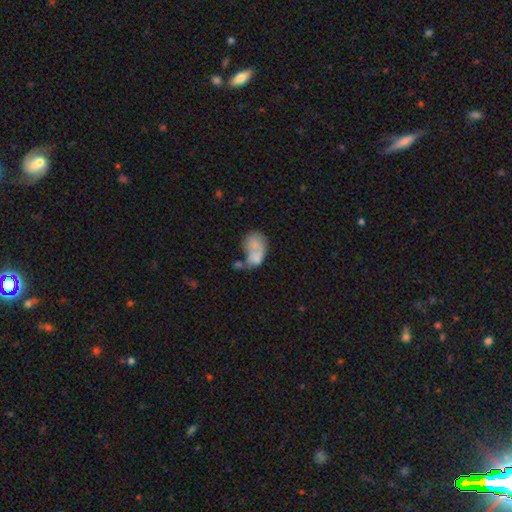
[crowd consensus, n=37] smooth 81%, featured or disk 19%, star or artifact 0%. Down the decision tree: how rounded — in between (57%); merging — merger (49%).